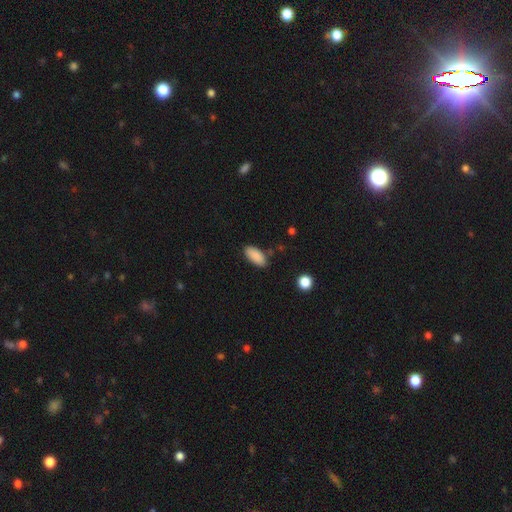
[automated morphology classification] Smooth or featured? smooth (89%)
How rounded? in between (89%)
Merging? none (81%)